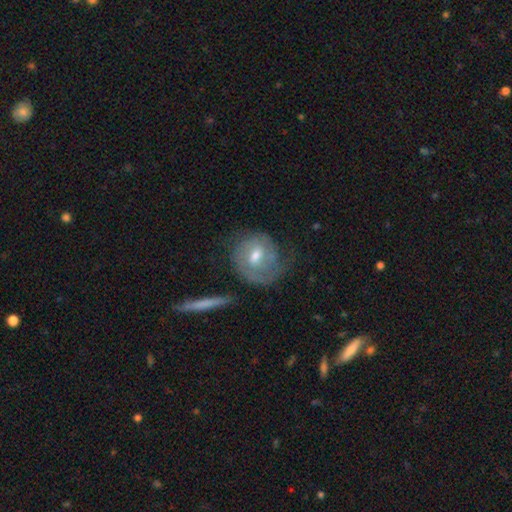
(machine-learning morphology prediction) A featured or disk galaxy (66%) with a weak bar (50%), 2 (45%) tight (55%) spiral arms (82%) and a moderate central bulge (72%). Merging: none (60%).